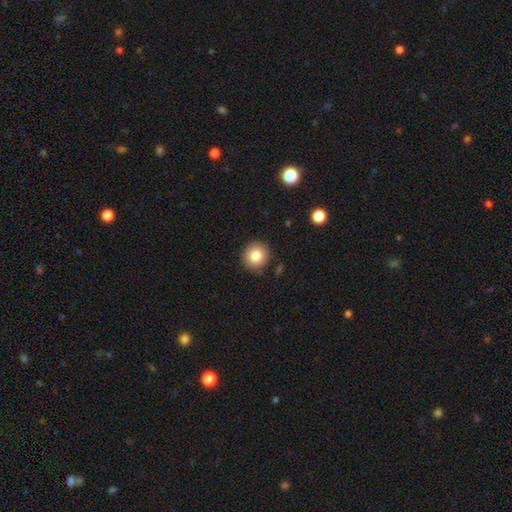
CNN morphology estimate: Overall: smooth (83%). How rounded: round (93%). Merging: none (87%).